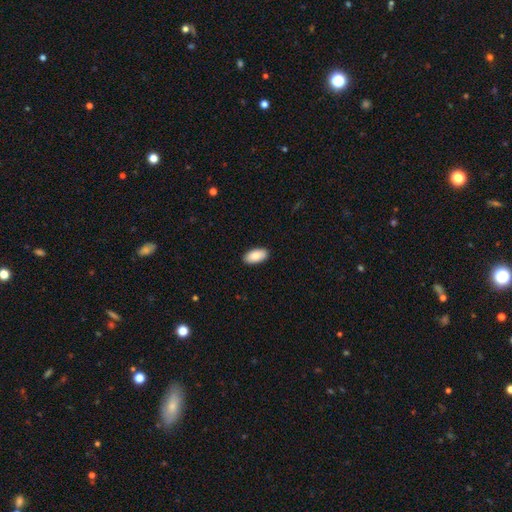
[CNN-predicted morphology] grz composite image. It shows a smooth galaxy with no disk features (88%) that is in between round and cigar-shaped (95%). Merging: none (90%).